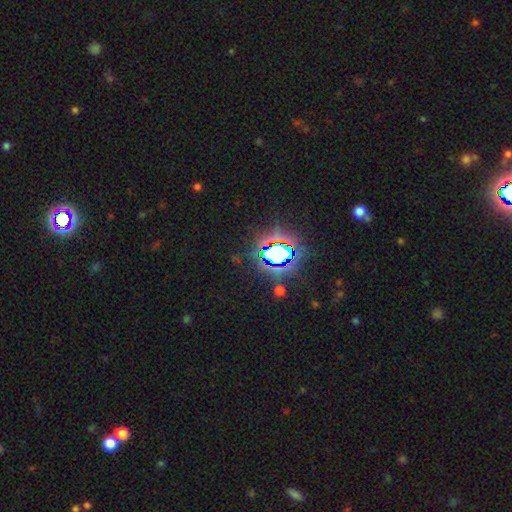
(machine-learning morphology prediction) Smooth or featured? Predicted: star or artifact (p=0.77).